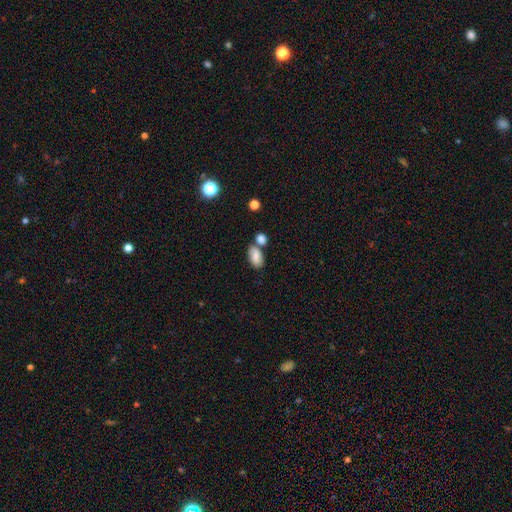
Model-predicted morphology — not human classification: Smooth or featured?
  - smooth: 80% *
  - featured or disk: 12%
  - star or artifact: 8%
How rounded?
  - in between: 91% *
  - round: 7%
  - cigar-shaped: 2%
Merging?
  - none: 50% *
  - merger: 30%
  - minor disturbance: 15%
  - major disturbance: 5%